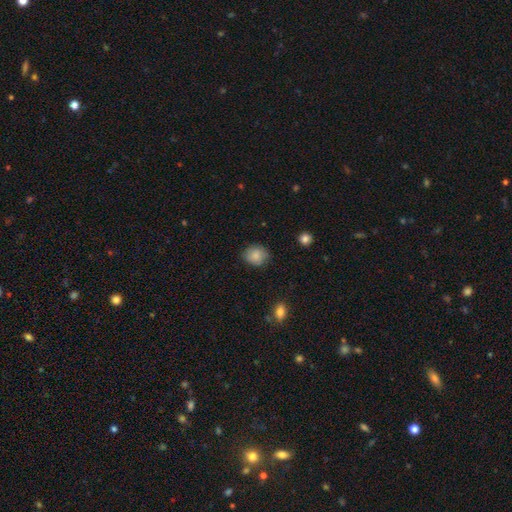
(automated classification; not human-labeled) smooth 84%, star or artifact 8%, featured or disk 8%. Down the decision tree: how rounded — round (64%); merging — none (80%).